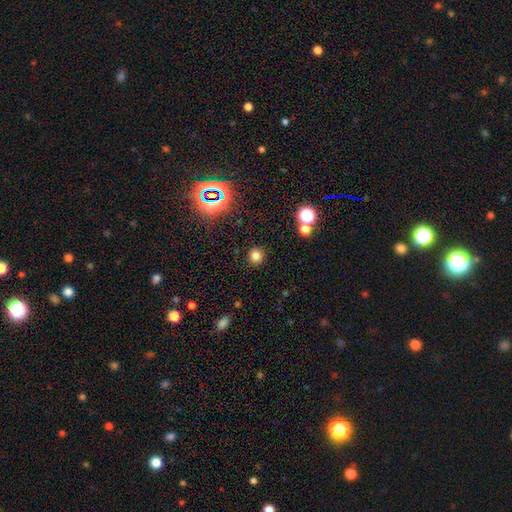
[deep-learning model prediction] Smooth or featured: smooth — 77% (star or artifact — 18%)
How rounded: round — 89% (in between — 10%)
Merging: none — 89% (minor disturbance — 7%)